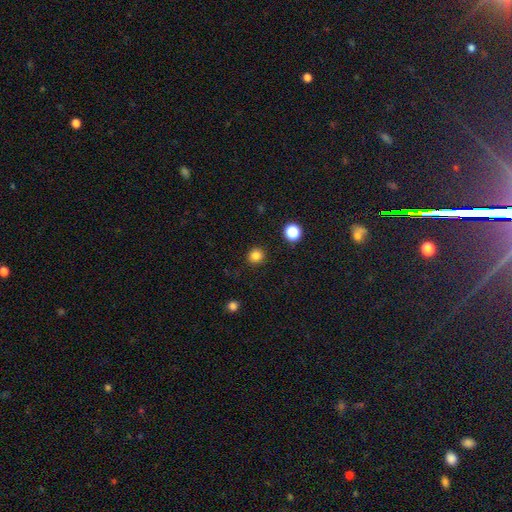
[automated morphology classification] Smooth or featured: smooth — 83% (star or artifact — 13%)
How rounded: round — 90% (in between — 9%)
Merging: none — 91% (minor disturbance — 6%)